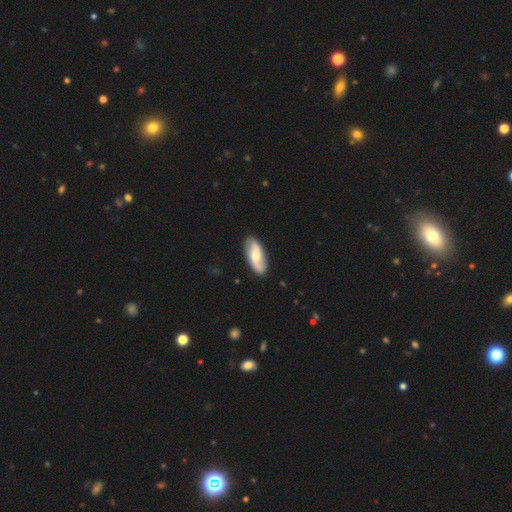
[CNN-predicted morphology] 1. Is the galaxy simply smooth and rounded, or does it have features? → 56% featured or disk, 38% smooth, 5% star or artifact.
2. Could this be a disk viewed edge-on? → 90% no, 10% yes.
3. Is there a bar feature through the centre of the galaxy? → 53% no, 36% weak, 11% strong.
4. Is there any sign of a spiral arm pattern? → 87% yes, 13% no.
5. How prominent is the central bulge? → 59% moderate, 26% small, 11% large, 3% none, 2% dominant.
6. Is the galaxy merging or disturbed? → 86% none, 10% minor disturbance, 2% major disturbance, 1% merger.